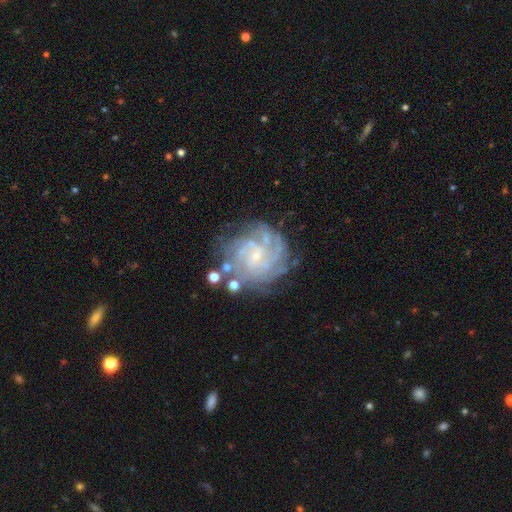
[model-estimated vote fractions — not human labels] This appears to be a featured or disk galaxy (83%) with no bar (57%), tight (69%) spiral arms (94%) and a small central bulge (80%). Merging: none (72%).